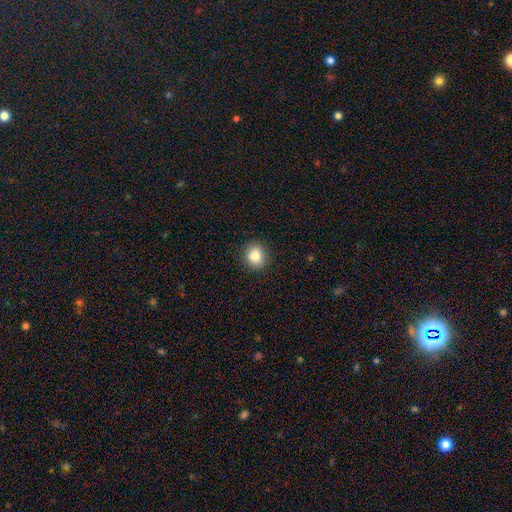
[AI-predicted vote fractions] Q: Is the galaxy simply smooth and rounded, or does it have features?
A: smooth — 85%.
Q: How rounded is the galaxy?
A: round — 71%.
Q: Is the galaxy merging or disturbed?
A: none — 90%.